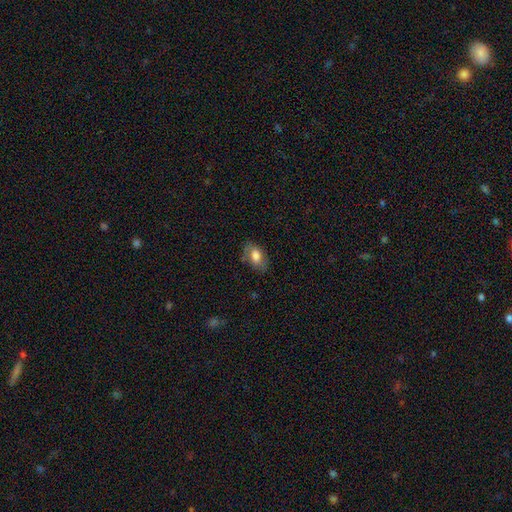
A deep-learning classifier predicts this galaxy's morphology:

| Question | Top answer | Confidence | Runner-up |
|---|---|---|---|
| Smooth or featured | smooth | 74% | featured or disk (19%) |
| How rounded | in between | 90% | round (7%) |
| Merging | none | 74% | minor disturbance (20%) |